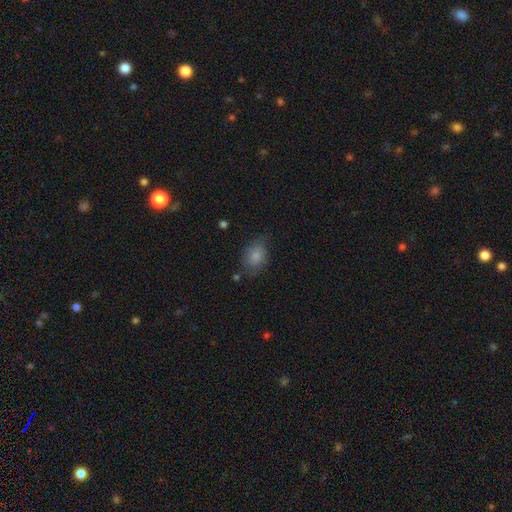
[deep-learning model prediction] Morphology: type=smooth (78%); roundness=in between (70%); merging=none (59%).